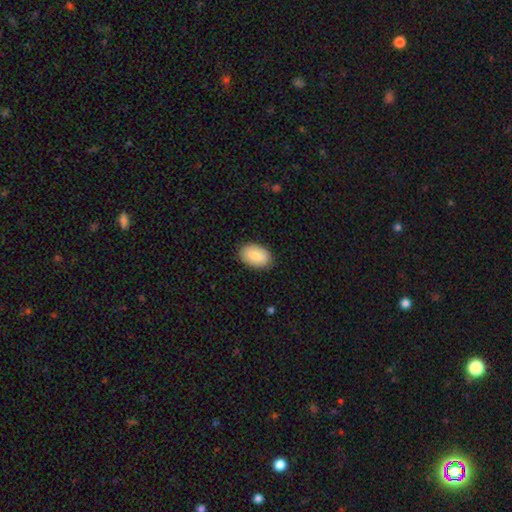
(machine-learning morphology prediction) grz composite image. It shows a smooth galaxy with no disk features (85%) that is in between round and cigar-shaped (92%). Merging: none (87%).